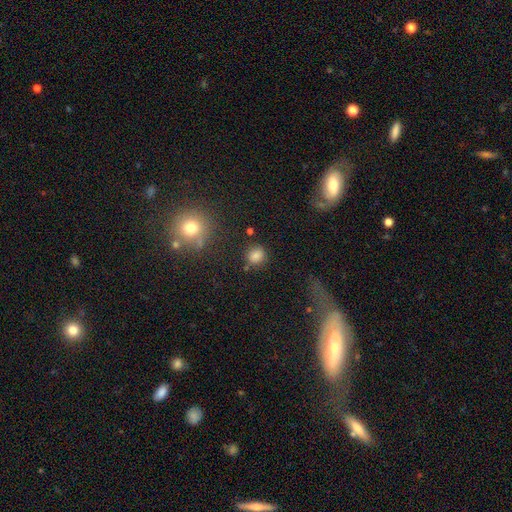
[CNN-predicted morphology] Overall: smooth (80%). How rounded: round (80%). Merging: none (80%).